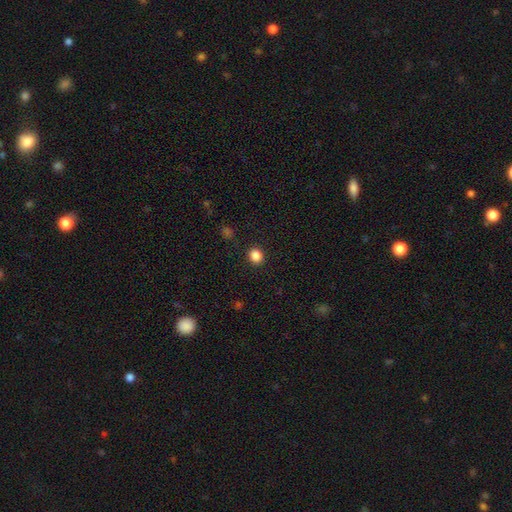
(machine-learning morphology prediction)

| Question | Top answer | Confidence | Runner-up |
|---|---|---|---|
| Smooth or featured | smooth | 86% | star or artifact (11%) |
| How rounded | round | 76% | in between (23%) |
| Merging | none | 91% | minor disturbance (6%) |